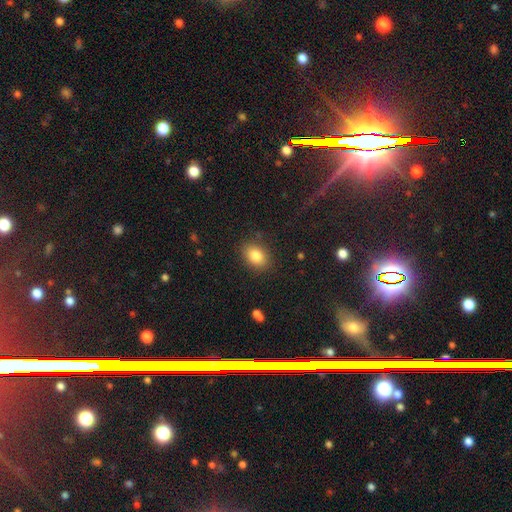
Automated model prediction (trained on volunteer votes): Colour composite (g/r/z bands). It shows a smooth galaxy with no disk features (83%) that is in between round and cigar-shaped (69%). Merging: none (86%).